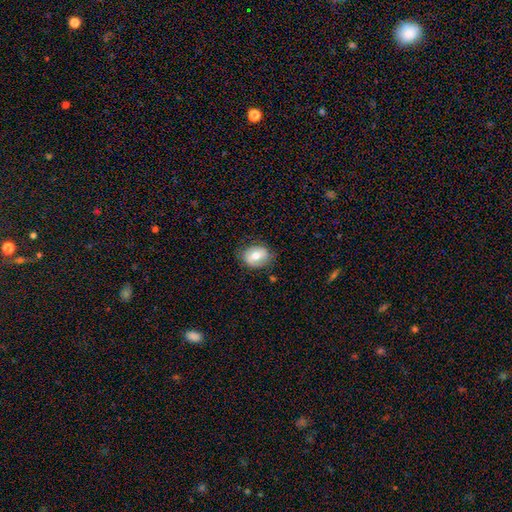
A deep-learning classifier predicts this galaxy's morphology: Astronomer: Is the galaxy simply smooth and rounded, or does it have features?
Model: smooth — 63%.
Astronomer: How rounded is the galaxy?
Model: in between — 61% (runner-up: round, 37%).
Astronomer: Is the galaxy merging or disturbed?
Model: none — 76%.